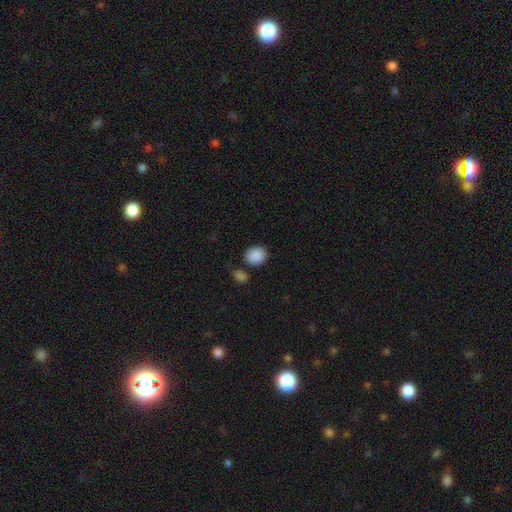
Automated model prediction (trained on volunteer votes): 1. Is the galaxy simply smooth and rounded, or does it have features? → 89% smooth, 8% star or artifact, 3% featured or disk.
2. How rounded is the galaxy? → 57% round, 42% in between, 1% cigar-shaped.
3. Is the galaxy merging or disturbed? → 77% none, 11% minor disturbance, 8% merger, 4% major disturbance.